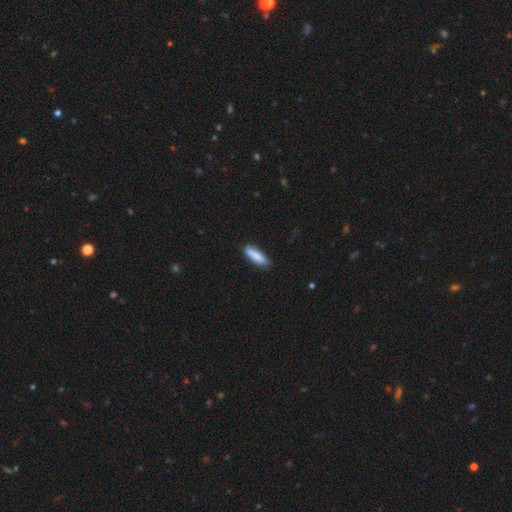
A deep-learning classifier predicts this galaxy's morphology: Q: Smooth or featured?
A: smooth (85%); runner-up: featured or disk (9%)
Q: How rounded?
A: cigar-shaped (66%); runner-up: in between (33%)
Q: Merging?
A: none (82%); runner-up: minor disturbance (14%)